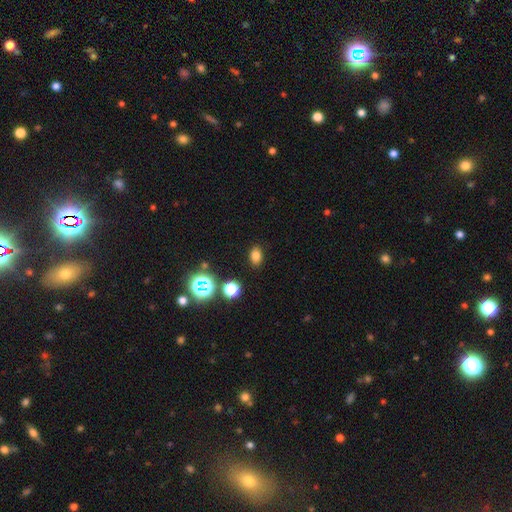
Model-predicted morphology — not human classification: Smooth or featured: smooth — 76% (star or artifact — 18%)
How rounded: in between — 78% (round — 21%)
Merging: none — 87% (minor disturbance — 9%)